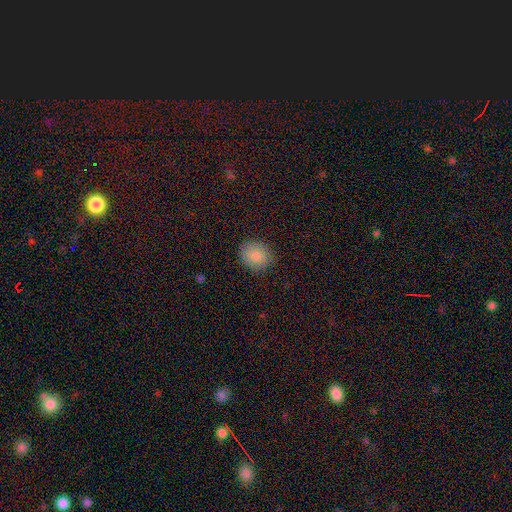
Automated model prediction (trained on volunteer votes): Smooth or featured?
  - smooth: 86% *
  - star or artifact: 8%
  - featured or disk: 6%
How rounded?
  - round: 72% *
  - in between: 27%
  - cigar-shaped: 1%
Merging?
  - none: 86% *
  - minor disturbance: 10%
  - major disturbance: 3%
  - merger: 1%